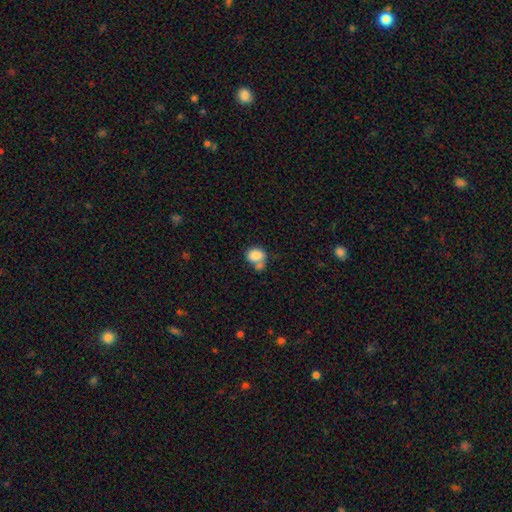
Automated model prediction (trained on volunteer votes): The model was most divided on "merging": merger: 41%, none: 37%, minor disturbance: 15%, major disturbance: 7%. More confident: smooth or featured — smooth (83%); how rounded — in between (55%).